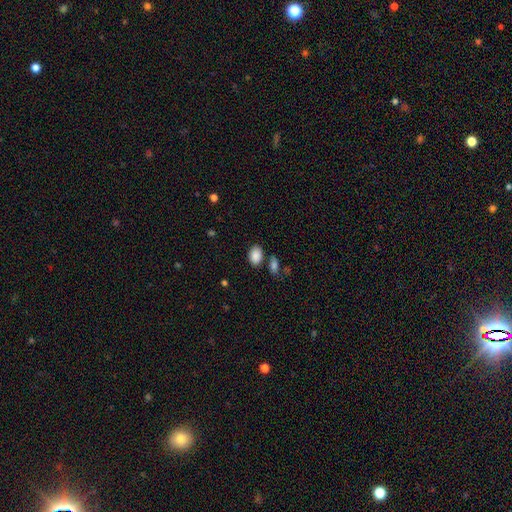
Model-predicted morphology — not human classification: smooth 88%, star or artifact 8%, featured or disk 4%. Down the decision tree: how rounded — in between (85%); merging — none (73%).